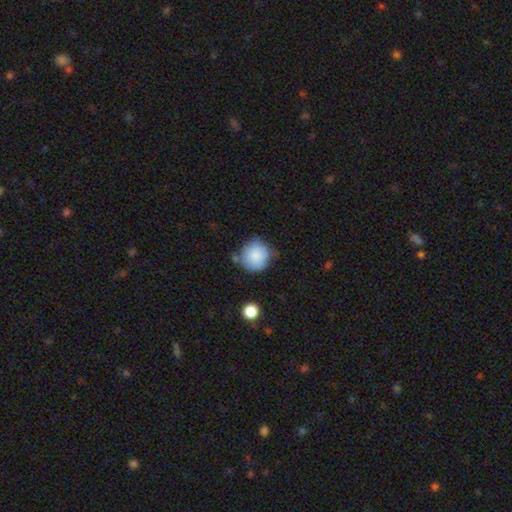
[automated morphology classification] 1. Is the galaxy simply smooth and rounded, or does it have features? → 85% smooth, 8% star or artifact, 8% featured or disk.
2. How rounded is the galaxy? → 91% round, 8% in between, 1% cigar-shaped.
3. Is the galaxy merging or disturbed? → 65% none, 22% minor disturbance, 7% merger, 5% major disturbance.